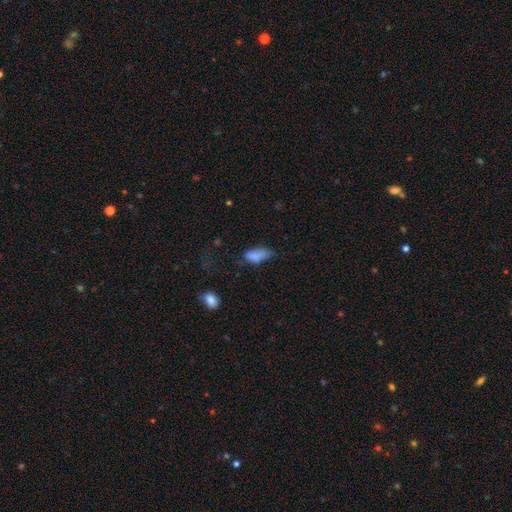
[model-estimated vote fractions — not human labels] smooth-or-featured: smooth: 80% | featured or disk: 10% | star or artifact: 9%
  how-rounded: in between: 84% | cigar-shaped: 13% | round: 3%
  merging: minor disturbance: 38% (tied) | none: 38% (tied) | major disturbance: 19% | merger: 5%